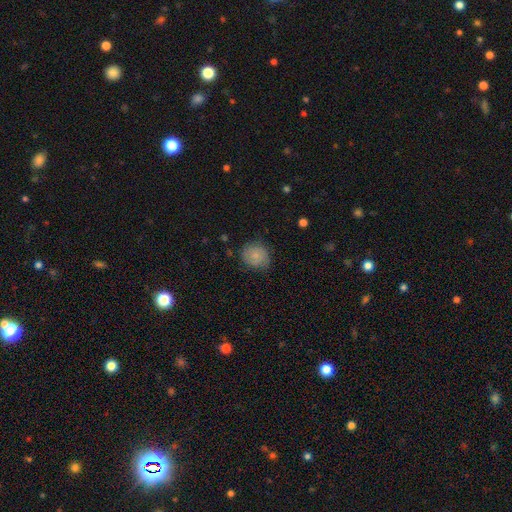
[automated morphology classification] This is likely a smooth galaxy (77%). How rounded: likely round (78%). Merging: likely none (75%).